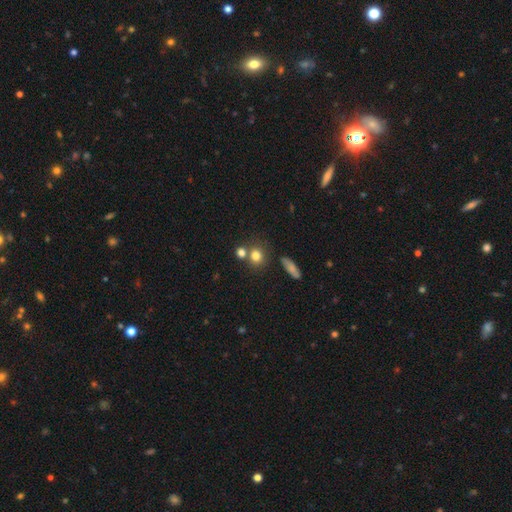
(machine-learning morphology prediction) Smooth or featured: smooth — 78% (star or artifact — 13%)
How rounded: round — 77% (in between — 22%)
Merging: none — 59% (merger — 27%)